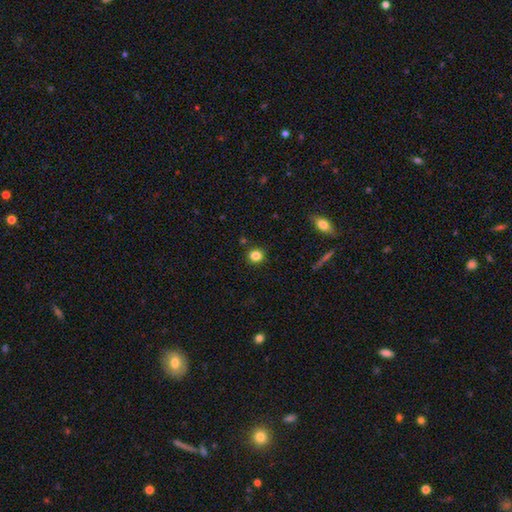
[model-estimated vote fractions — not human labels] Q: Smooth or featured?
A: smooth (83%); runner-up: star or artifact (12%)
Q: How rounded?
A: round (88%); runner-up: in between (11%)
Q: Merging?
A: none (89%); runner-up: minor disturbance (7%)